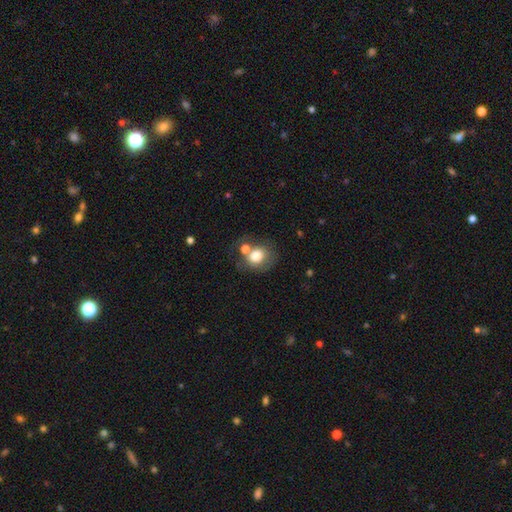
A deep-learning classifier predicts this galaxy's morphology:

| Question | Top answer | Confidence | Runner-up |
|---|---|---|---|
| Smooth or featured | smooth | 75% | featured or disk (16%) |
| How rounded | round | 63% | in between (36%) |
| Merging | none | 49% | merger (27%) |